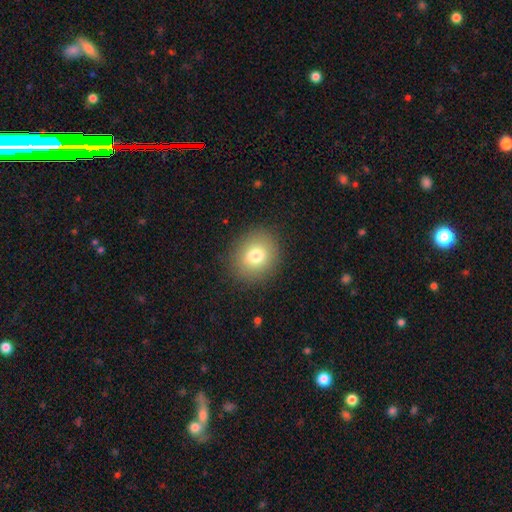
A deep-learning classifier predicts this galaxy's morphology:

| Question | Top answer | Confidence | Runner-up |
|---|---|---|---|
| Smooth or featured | smooth | 78% | featured or disk (11%) |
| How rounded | round | 79% | in between (20%) |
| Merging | none | 89% | minor disturbance (7%) |